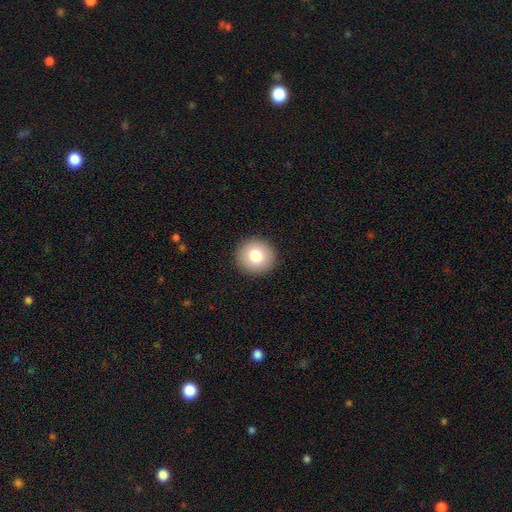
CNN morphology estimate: Smooth or featured? Predicted: smooth (p=0.79). How rounded? Predicted: round (p=0.94). Merging? Predicted: none (p=0.93).